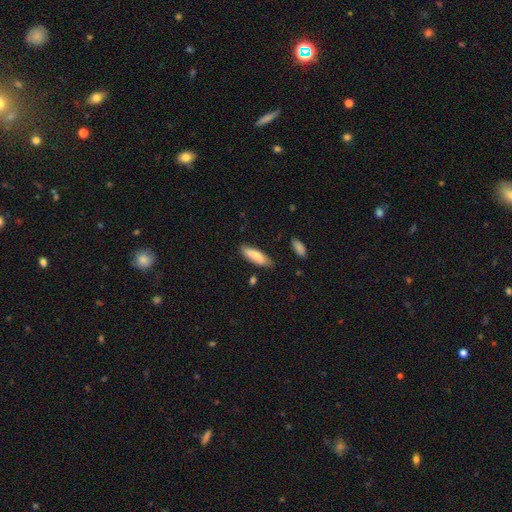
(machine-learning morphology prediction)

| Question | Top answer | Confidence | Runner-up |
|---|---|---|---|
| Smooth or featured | smooth | 79% | featured or disk (15%) |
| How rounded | in between | 55% | cigar-shaped (43%) |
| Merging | none | 79% | minor disturbance (15%) |